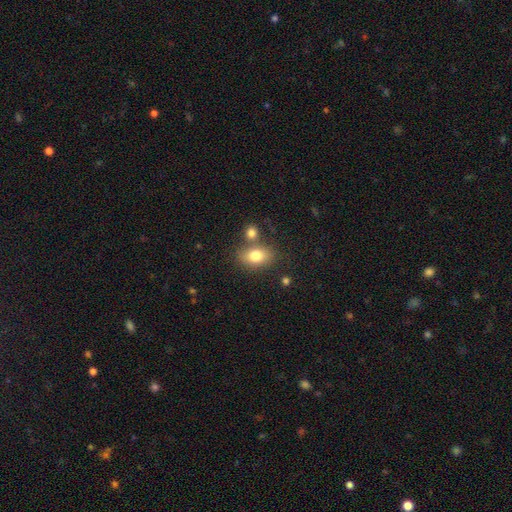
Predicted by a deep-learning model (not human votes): Smooth or featured? Predicted: smooth (p=0.79). How rounded? Predicted: in between (p=0.79). Merging? Predicted: none (p=0.64).